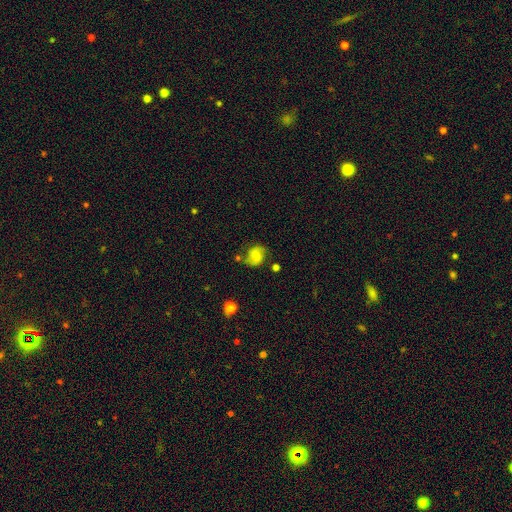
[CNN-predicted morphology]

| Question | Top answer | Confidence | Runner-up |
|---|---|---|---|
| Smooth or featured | smooth | 59% | featured or disk (30%) |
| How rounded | round | 54% | in between (45%) |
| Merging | none | 62% | minor disturbance (23%) |